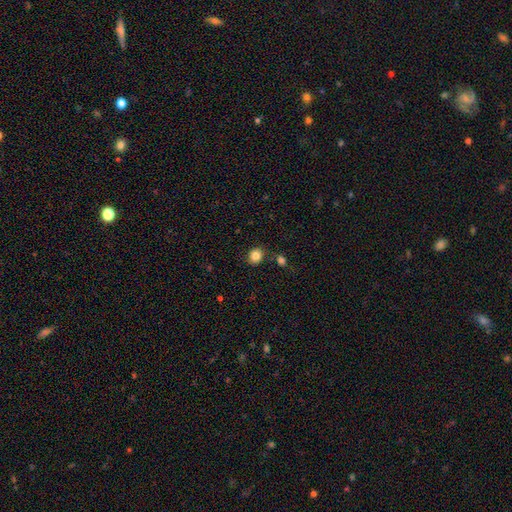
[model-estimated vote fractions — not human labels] Smooth or featured: smooth — 84% (star or artifact — 10%)
How rounded: round — 77% (in between — 22%)
Merging: none — 84% (minor disturbance — 9%)